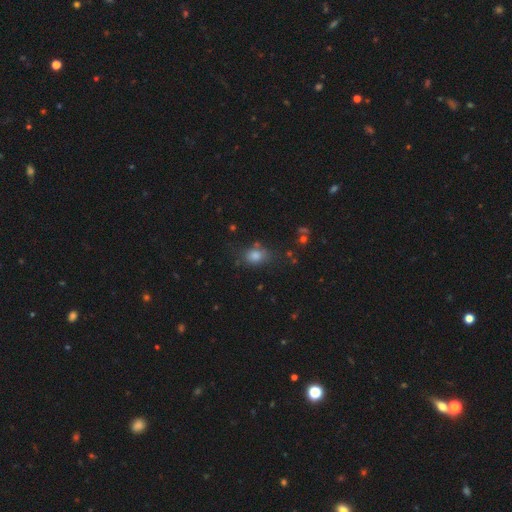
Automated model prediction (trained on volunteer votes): A smooth galaxy with no disk features (78%) that is in between round and cigar-shaped (62%).

Vote fractions:
- Smooth or featured? smooth: 78% / star or artifact: 14% / featured or disk: 8%
- How rounded? in between: 62% / round: 36% / cigar-shaped: 2%
- Merging? none: 69% / minor disturbance: 19% / major disturbance: 7% / merger: 5%